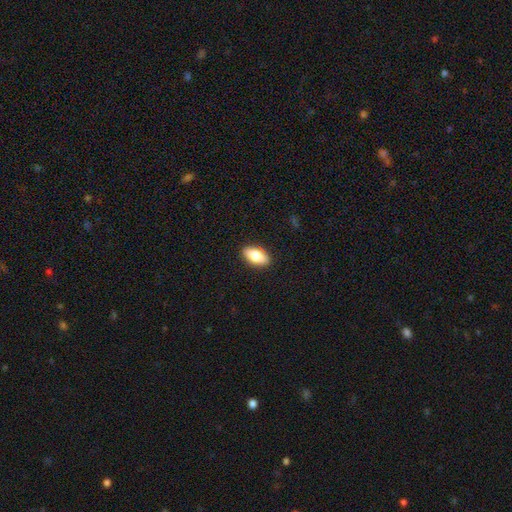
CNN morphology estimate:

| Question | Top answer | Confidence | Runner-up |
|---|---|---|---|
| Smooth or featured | smooth | 78% | featured or disk (16%) |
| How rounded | in between | 88% | cigar-shaped (8%) |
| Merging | none | 89% | minor disturbance (8%) |